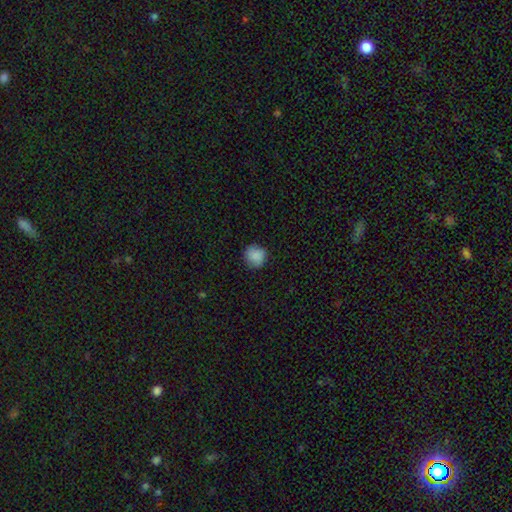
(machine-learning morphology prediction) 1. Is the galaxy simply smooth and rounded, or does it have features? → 88% smooth, 8% star or artifact, 4% featured or disk.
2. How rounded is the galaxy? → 89% round, 10% in between, 1% cigar-shaped.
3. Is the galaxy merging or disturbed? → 84% none, 12% minor disturbance, 3% major disturbance, 1% merger.